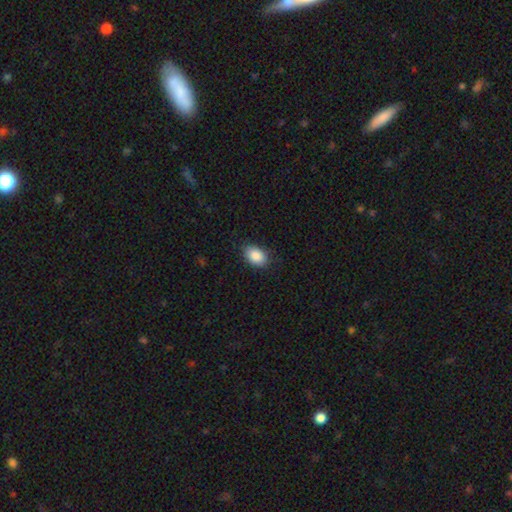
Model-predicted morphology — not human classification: This appears to be a smooth galaxy with no disk features (88%) that is in between round and cigar-shaped (86%). Merging: none (81%).